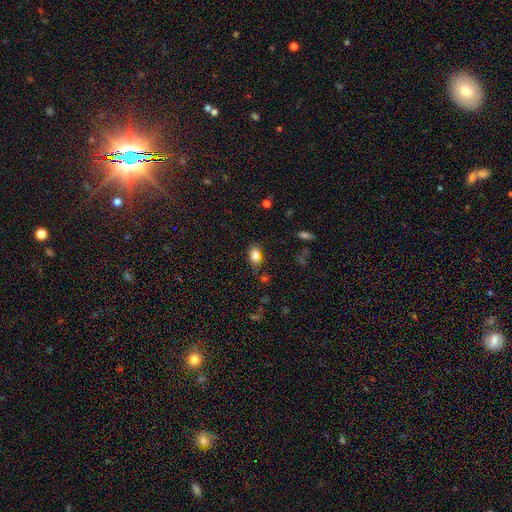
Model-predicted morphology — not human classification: smooth-or-featured: smooth: 85% | star or artifact: 9% | featured or disk: 6%
  how-rounded: in between: 90% | round: 7% | cigar-shaped: 3%
  merging: none: 72% | minor disturbance: 20% | major disturbance: 5% | merger: 3%